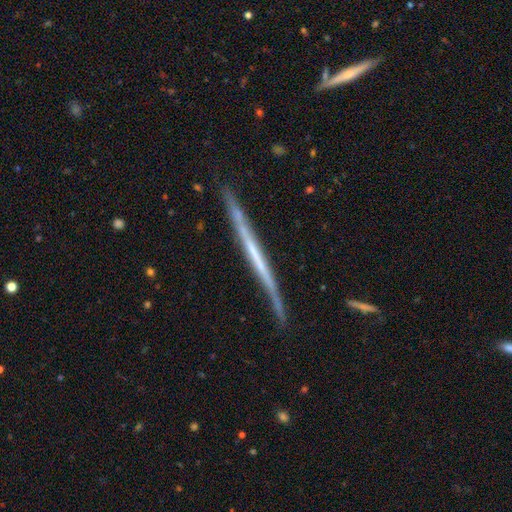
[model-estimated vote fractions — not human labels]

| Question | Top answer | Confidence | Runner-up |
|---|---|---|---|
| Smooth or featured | featured or disk | 69% | smooth (25%) |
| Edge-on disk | yes | 97% | no (3%) |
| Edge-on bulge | none | 87% | rounded (7%) |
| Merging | none | 83% | minor disturbance (13%) |